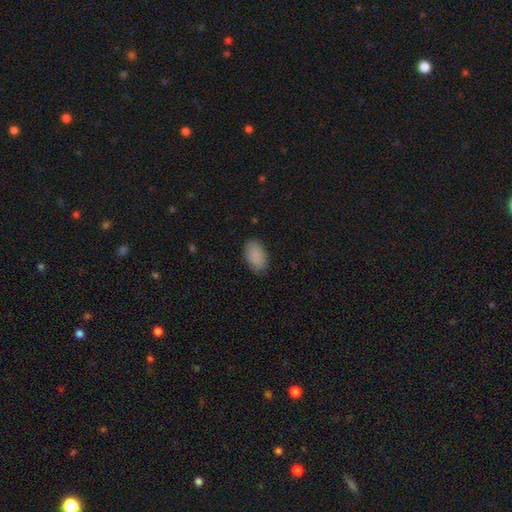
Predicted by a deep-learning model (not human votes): This appears to be a smooth galaxy with no disk features (89%) that is in between round and cigar-shaped (92%). Merging: none (86%).